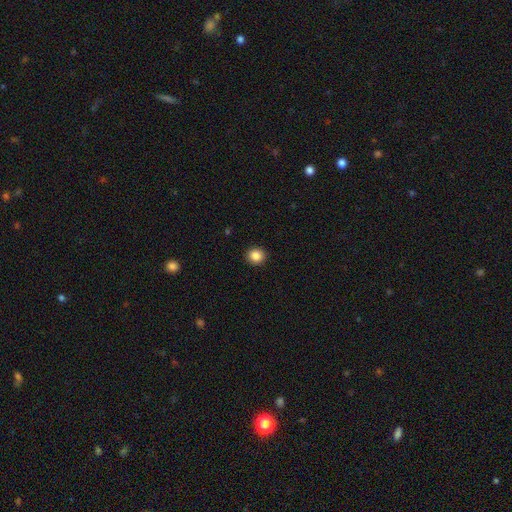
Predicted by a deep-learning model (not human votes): smooth 86%, star or artifact 10%, featured or disk 4%. Down the decision tree: how rounded — round (88%); merging — none (93%).